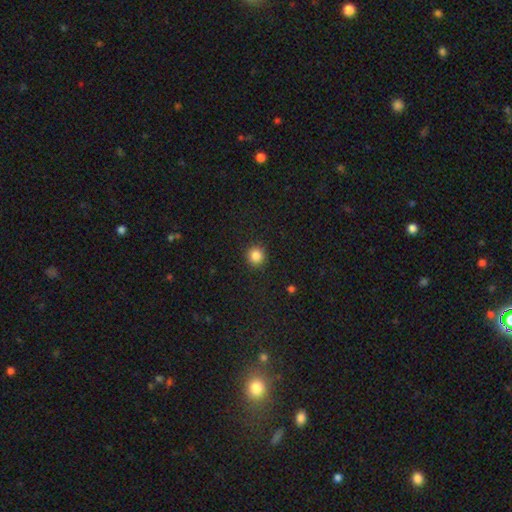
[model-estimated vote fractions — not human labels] This appears to be a smooth galaxy with no disk features (85%) that is round (93%). Merging: none (92%).